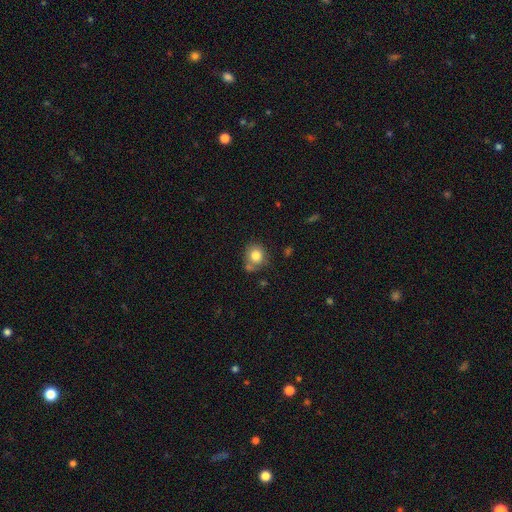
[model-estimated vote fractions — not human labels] This appears to be a smooth galaxy with no disk features (81%) that is round (82%). Merging: none (63%).